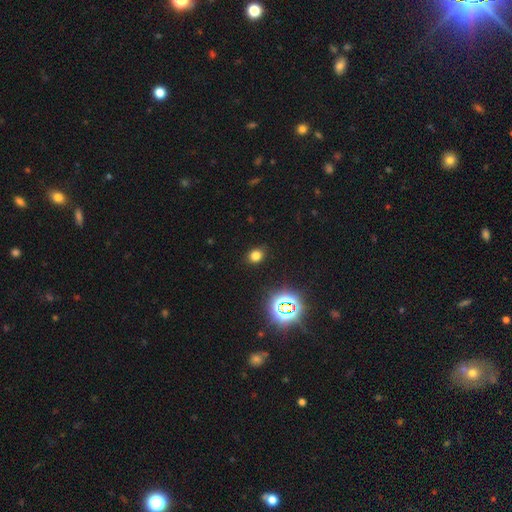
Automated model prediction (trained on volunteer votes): A smooth galaxy with no disk features (72%) that is round (63%).

Vote fractions:
- Smooth or featured? smooth: 72% / star or artifact: 22% / featured or disk: 6%
- How rounded? round: 63% / in between: 36% / cigar-shaped: 1%
- Merging? none: 87% / minor disturbance: 9% / major disturbance: 3% / merger: 1%